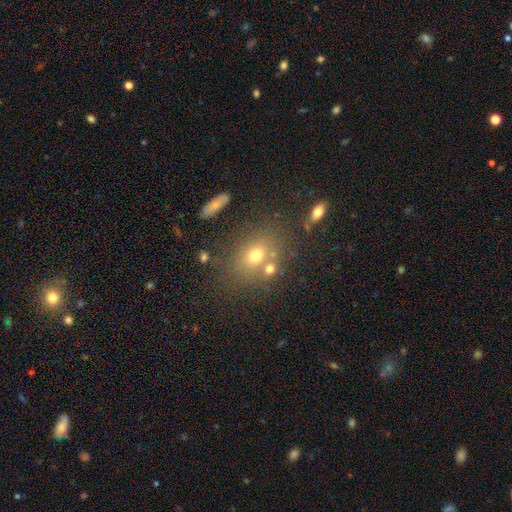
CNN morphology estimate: smooth_or_featured: smooth (p=0.60) [alt: star or artifact p=0.24]
how_rounded: round (p=0.53) [alt: in between p=0.45]
merging: none (p=0.67) [alt: merger p=0.17]